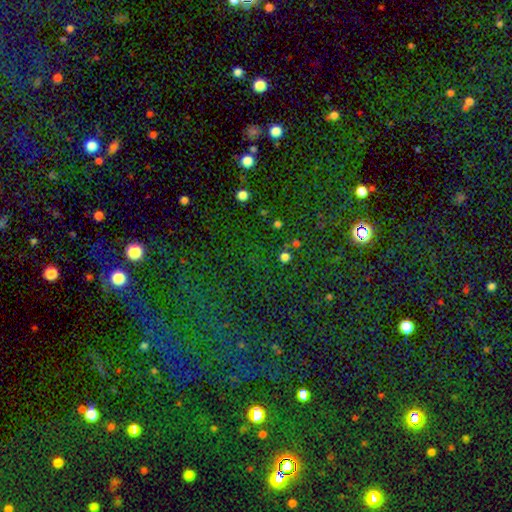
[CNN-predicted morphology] The model was most divided on "smooth or featured": star or artifact: 79%, smooth: 14%, featured or disk: 8%.